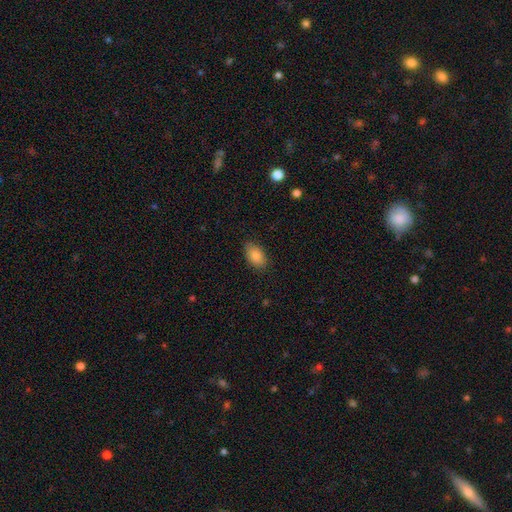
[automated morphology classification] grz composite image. It shows a smooth galaxy with no disk features (86%) that is in between round and cigar-shaped (91%). Merging: none (85%).